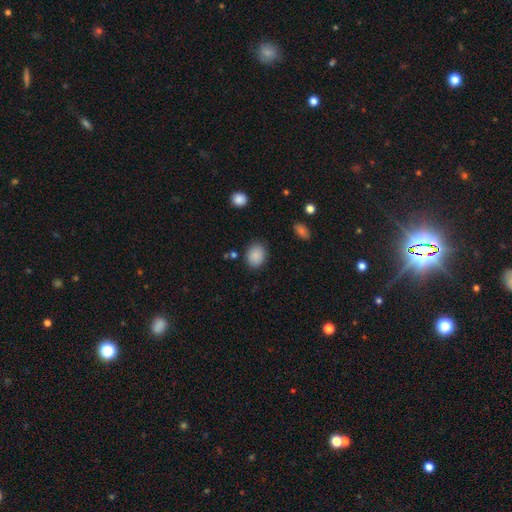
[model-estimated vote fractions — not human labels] smooth 88%, star or artifact 8%, featured or disk 4%. Down the decision tree: how rounded — in between (52%); merging — none (84%).